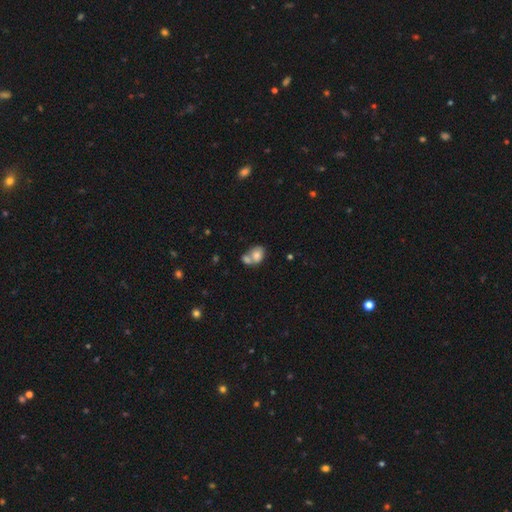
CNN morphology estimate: Smooth or featured: smooth — 73% (featured or disk — 18%)
How rounded: in between — 62% (round — 37%)
Merging: merger — 61% (none — 25%)